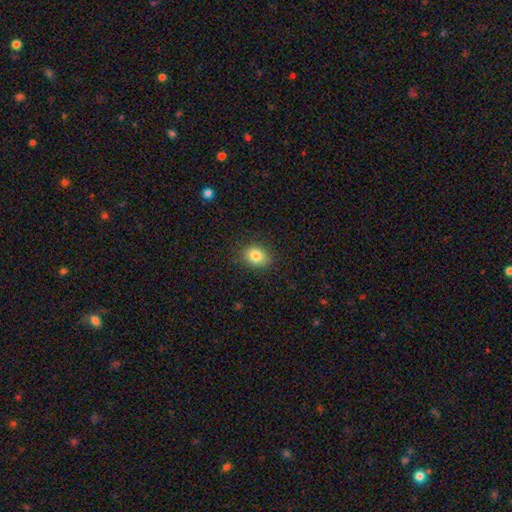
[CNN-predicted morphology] Smooth or featured: smooth — 82% (star or artifact — 10%)
How rounded: in between — 58% (round — 41%)
Merging: none — 85% (minor disturbance — 11%)